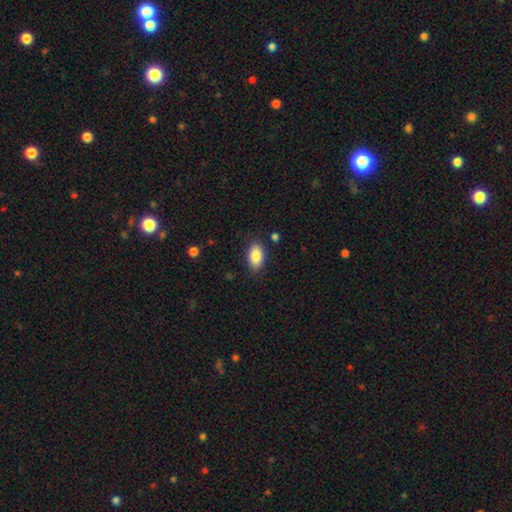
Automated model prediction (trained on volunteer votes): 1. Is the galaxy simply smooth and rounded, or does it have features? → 87% smooth, 7% star or artifact, 6% featured or disk.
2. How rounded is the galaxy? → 93% in between, 5% round, 2% cigar-shaped.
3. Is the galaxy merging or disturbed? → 86% none, 10% minor disturbance, 3% major disturbance, 2% merger.